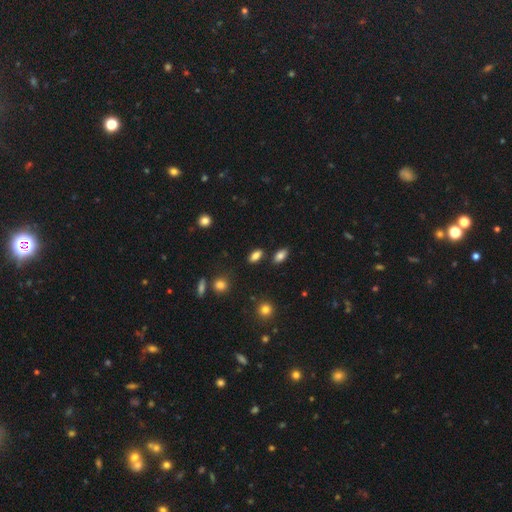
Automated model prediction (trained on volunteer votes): smooth-or-featured: smooth: 82% | star or artifact: 10% | featured or disk: 8%
  how-rounded: in between: 88% | round: 7% | cigar-shaped: 5%
  merging: none: 79% | minor disturbance: 11% | merger: 7% | major disturbance: 3%